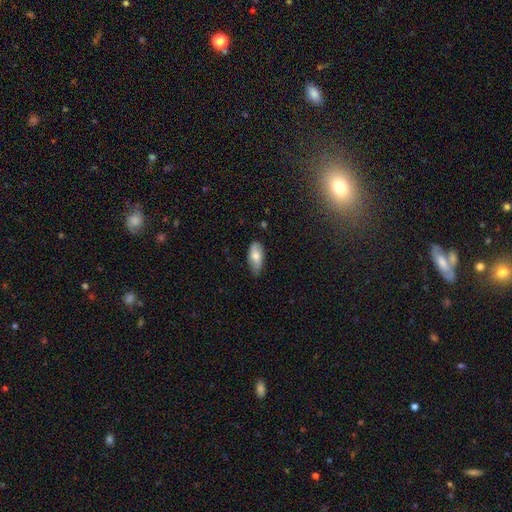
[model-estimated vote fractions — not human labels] A smooth galaxy with no disk features (70%) that is in between round and cigar-shaped (87%). Merging: none (68%).